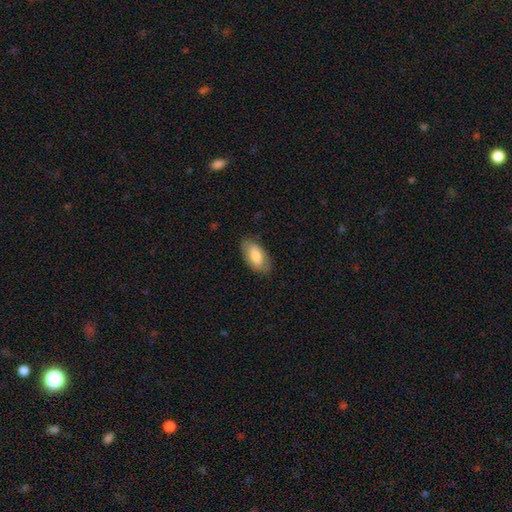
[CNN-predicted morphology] smooth-or-featured: smooth: 78% | featured or disk: 17% | star or artifact: 6%
  how-rounded: in between: 92% | cigar-shaped: 5% | round: 3%
  merging: none: 83% | minor disturbance: 13% | major disturbance: 3% | merger: 1%